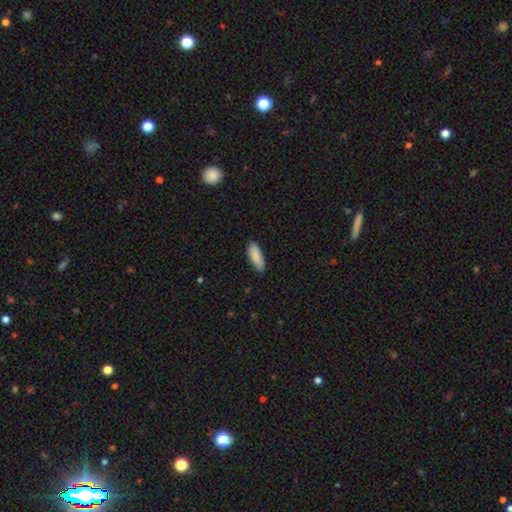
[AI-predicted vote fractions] smooth_or_featured: smooth (p=0.87) [alt: featured or disk p=0.08]
how_rounded: in between (p=0.74) [alt: cigar-shaped p=0.24]
merging: none (p=0.83) [alt: minor disturbance p=0.14]